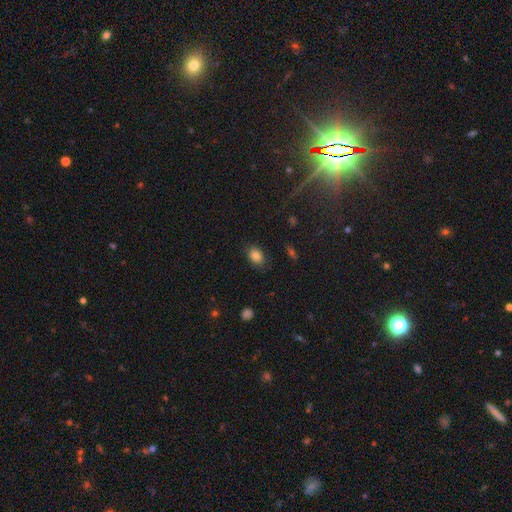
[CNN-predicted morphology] Smooth or featured? smooth (82%)
How rounded? in between (78%)
Merging? none (84%)